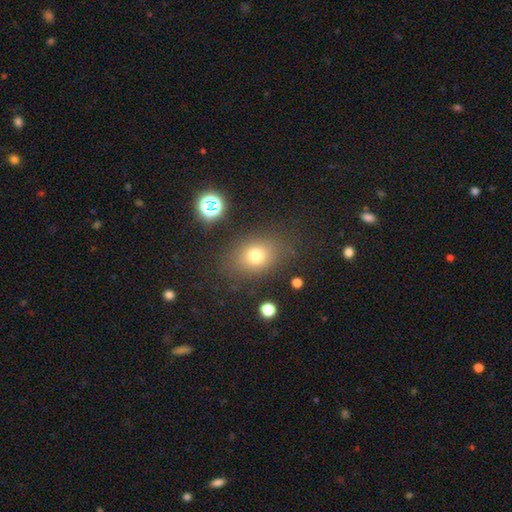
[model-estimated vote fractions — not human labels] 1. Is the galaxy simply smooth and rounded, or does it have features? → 74% smooth, 15% star or artifact, 11% featured or disk.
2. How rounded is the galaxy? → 60% in between, 39% round, 1% cigar-shaped.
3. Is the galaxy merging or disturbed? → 79% none, 13% minor disturbance, 6% major disturbance, 3% merger.